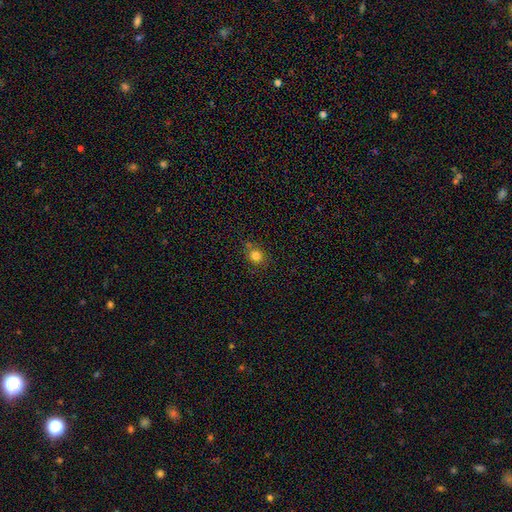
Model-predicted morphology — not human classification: Smooth or featured? Predicted: smooth (p=0.81). How rounded? Predicted: round (p=0.84). Merging? Predicted: none (p=0.72).